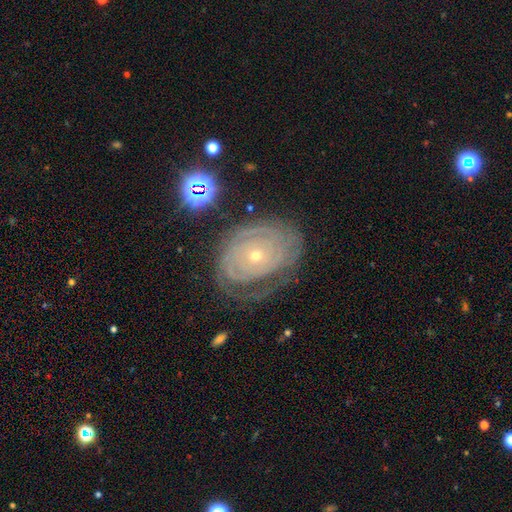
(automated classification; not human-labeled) smooth_or_featured: featured or disk (p=0.81) [alt: smooth p=0.12]
disk_edge_on: no (p=0.96) [alt: yes p=0.04]
bar: no (p=0.84) [alt: weak p=0.12]
has_spiral_arms: yes (p=0.86) [alt: no p=0.14]
spiral_winding: tight (p=0.81) [alt: medium p=0.14]
spiral_arm_count: can't tell (p=0.48) [alt: 2 p=0.20]
bulge_size: small (p=0.72) [alt: moderate p=0.25]
merging: none (p=0.63) [alt: minor disturbance p=0.21]